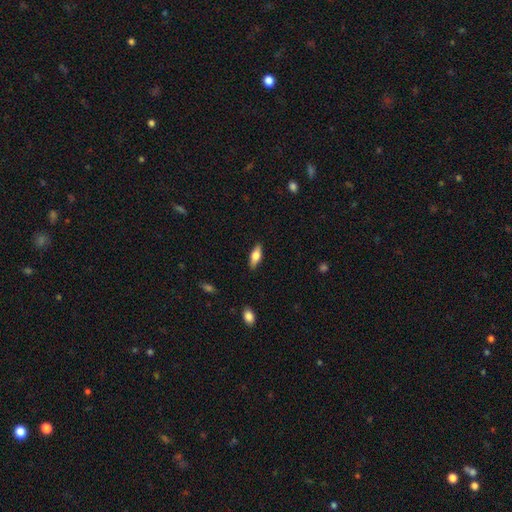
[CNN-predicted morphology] Smooth or featured: smooth — 65% (featured or disk — 29%)
How rounded: in between — 71% (cigar-shaped — 26%)
Merging: none — 86% (minor disturbance — 11%)